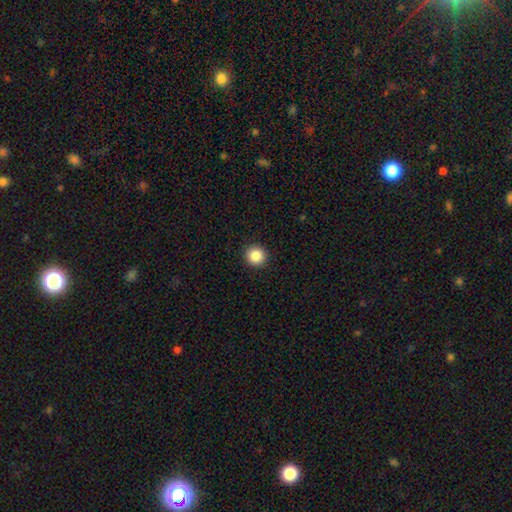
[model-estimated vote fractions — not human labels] Q: Smooth or featured?
A: smooth (88%); runner-up: star or artifact (9%)
Q: How rounded?
A: round (94%); runner-up: in between (5%)
Q: Merging?
A: none (93%); runner-up: minor disturbance (5%)